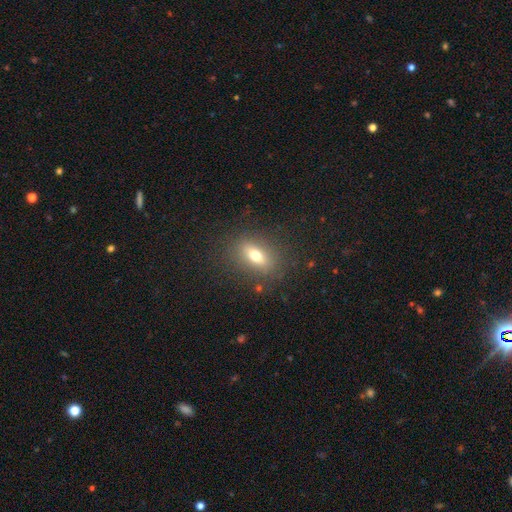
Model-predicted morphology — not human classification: A smooth galaxy with no disk features (65%) that is in between round and cigar-shaped (71%).

Vote fractions:
- Smooth or featured? smooth: 65% / featured or disk: 23% / star or artifact: 12%
- How rounded? in between: 71% / round: 19% / cigar-shaped: 10%
- Merging? none: 84% / minor disturbance: 10% / major disturbance: 5% / merger: 1%